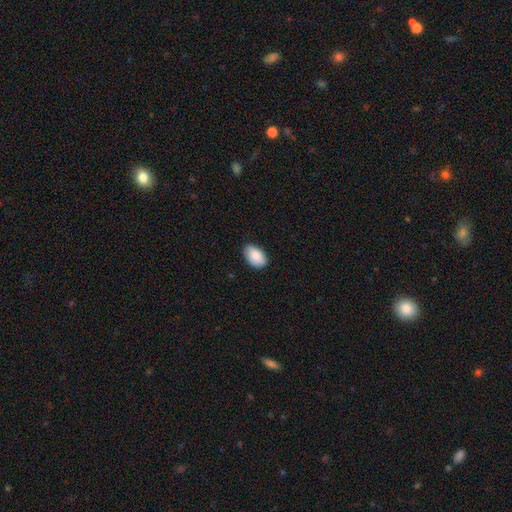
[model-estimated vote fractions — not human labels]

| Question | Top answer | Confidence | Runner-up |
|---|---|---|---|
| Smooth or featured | smooth | 86% | featured or disk (7%) |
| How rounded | in between | 93% | round (5%) |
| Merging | none | 84% | minor disturbance (13%) |